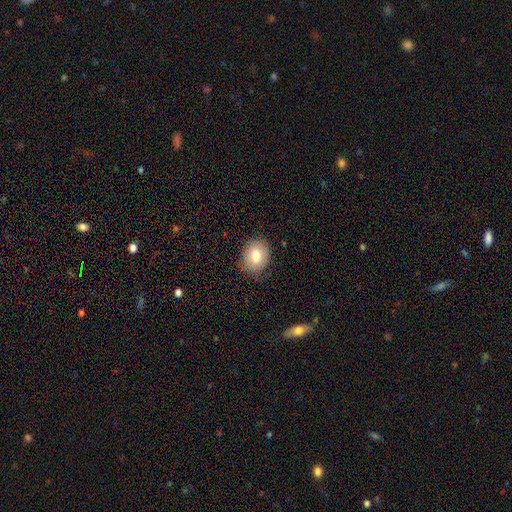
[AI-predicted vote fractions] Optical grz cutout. It shows a smooth galaxy with no disk features (77%) that is round (56%). Merging: none (82%).